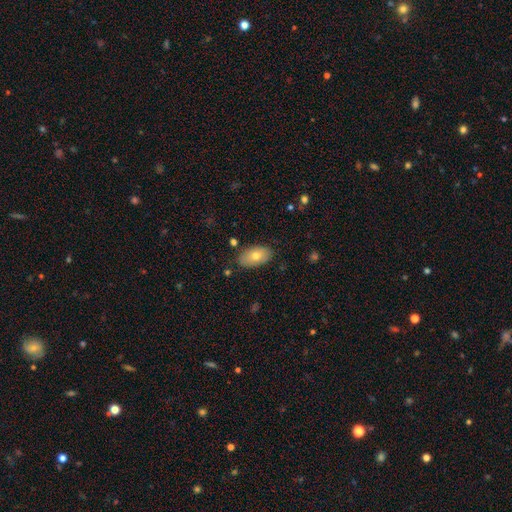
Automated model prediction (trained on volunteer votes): smooth-or-featured: smooth: 73% | featured or disk: 20% | star or artifact: 7%
  how-rounded: in between: 93% | round: 5% | cigar-shaped: 2%
  merging: none: 83% | minor disturbance: 13% | major disturbance: 3% | merger: 2%